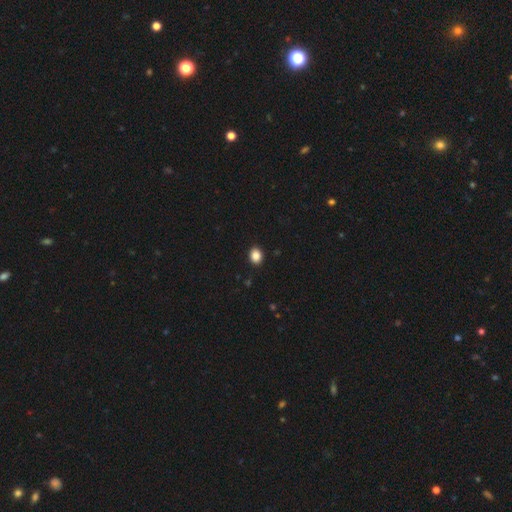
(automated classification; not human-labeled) The model was most divided on "how rounded": round: 51%, in between: 48%, cigar-shaped: 1%. More confident: merging — none (91%); smooth or featured — smooth (87%).